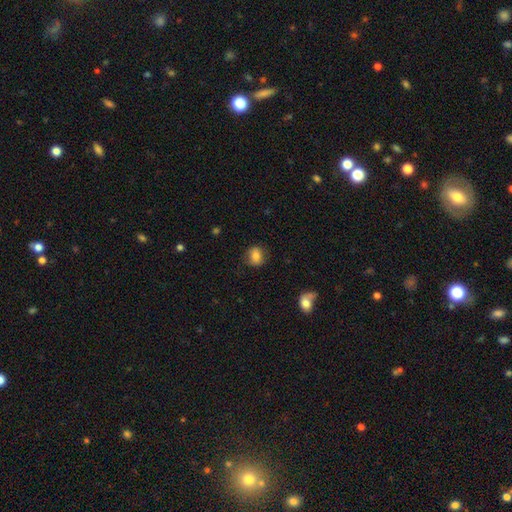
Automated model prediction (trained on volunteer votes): Smooth or featured?
  - smooth: 80% *
  - featured or disk: 11%
  - star or artifact: 9%
How rounded?
  - round: 58% *
  - in between: 40%
  - cigar-shaped: 1%
Merging?
  - none: 79% *
  - minor disturbance: 15%
  - major disturbance: 5%
  - merger: 1%